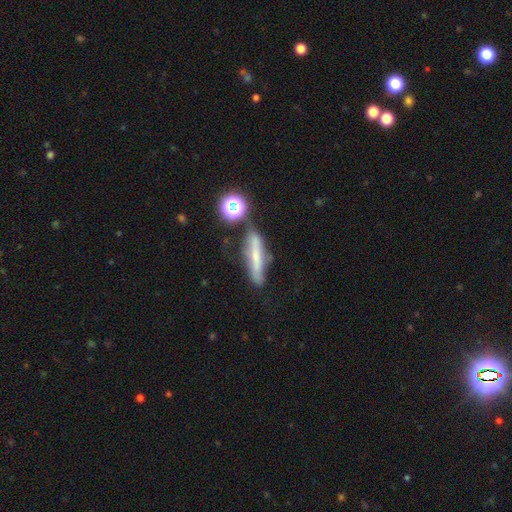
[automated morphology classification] A smooth galaxy with no disk features (45%). Merging: none (58%).